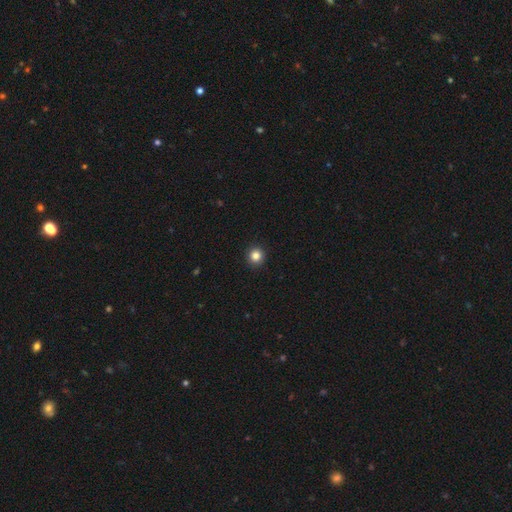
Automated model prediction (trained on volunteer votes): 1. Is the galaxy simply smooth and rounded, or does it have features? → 84% smooth, 11% star or artifact, 5% featured or disk.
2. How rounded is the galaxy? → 93% round, 6% in between, 1% cigar-shaped.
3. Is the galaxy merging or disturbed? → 93% none, 4% minor disturbance, 1% major disturbance, 1% merger.